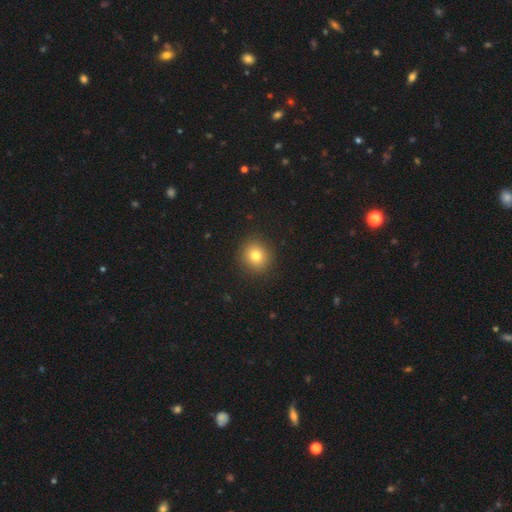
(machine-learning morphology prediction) A smooth galaxy with no disk features (79%) that is round (86%). Merging: none (91%).